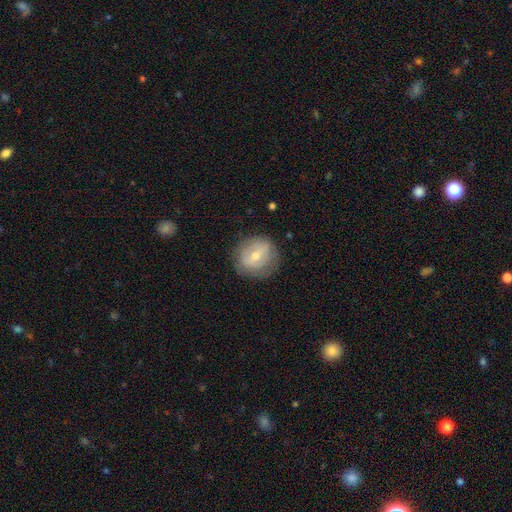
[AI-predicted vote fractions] smooth_or_featured: smooth (p=0.54) [alt: featured or disk p=0.38]
how_rounded: round (p=0.87) [alt: in between p=0.12]
merging: none (p=0.76) [alt: minor disturbance p=0.16]